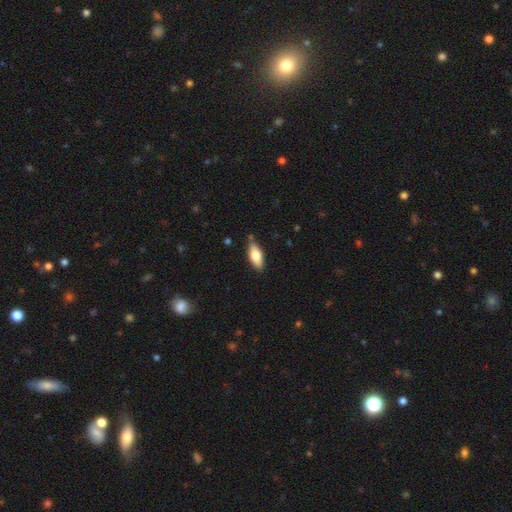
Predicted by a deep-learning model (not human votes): Smooth or featured: smooth — 70% (featured or disk — 24%)
How rounded: in between — 74% (cigar-shaped — 23%)
Merging: none — 83% (minor disturbance — 13%)